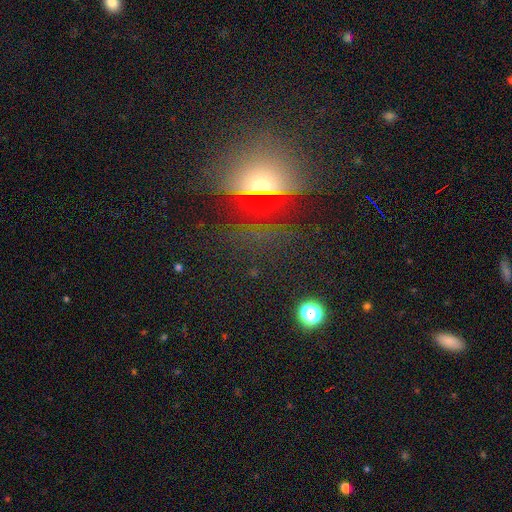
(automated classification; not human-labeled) Morphology: type=star or artifact (45%).